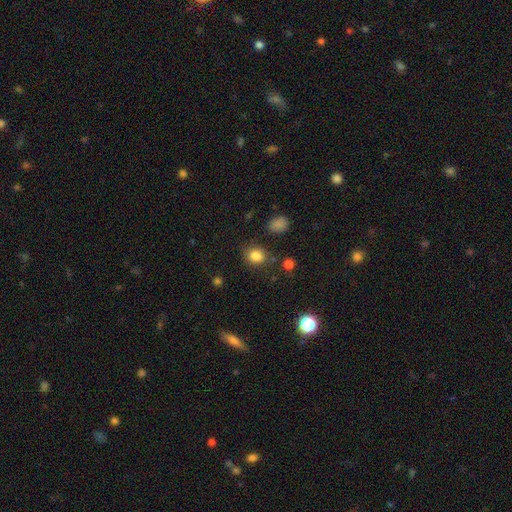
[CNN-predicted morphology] Q: Smooth or featured?
A: smooth (83%); runner-up: star or artifact (12%)
Q: How rounded?
A: round (57%); runner-up: in between (42%)
Q: Merging?
A: none (75%); runner-up: minor disturbance (16%)